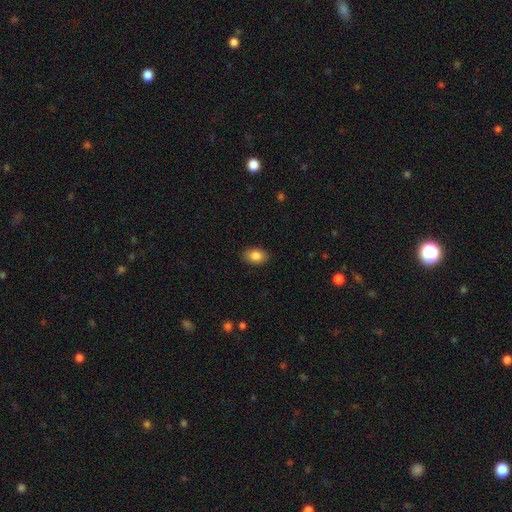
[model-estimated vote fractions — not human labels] smooth 85%, star or artifact 8%, featured or disk 7%. Down the decision tree: how rounded — in between (82%); merging — none (88%).